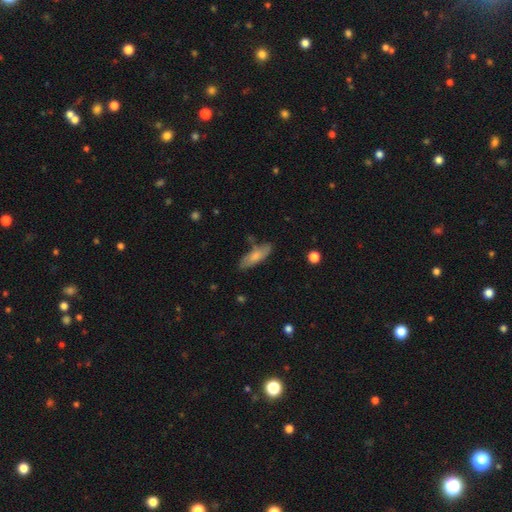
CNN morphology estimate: Overall: smooth (68%). How rounded: in between (60%; cigar-shaped 38%). Merging: none (70%).